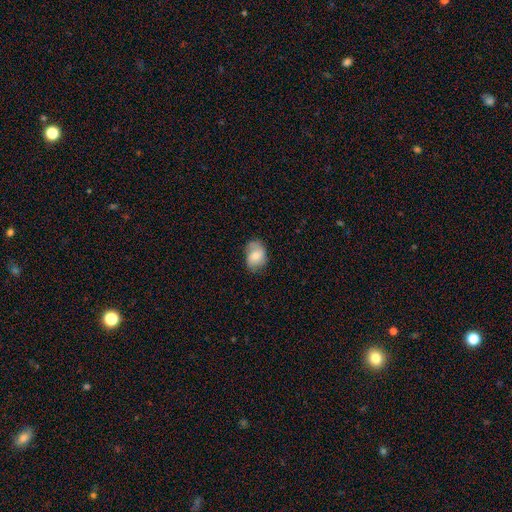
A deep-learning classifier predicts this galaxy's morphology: smooth_or_featured: smooth (p=0.63) [alt: featured or disk p=0.29]
how_rounded: in between (p=0.70) [alt: round p=0.29]
merging: none (p=0.63) [alt: minor disturbance p=0.27]